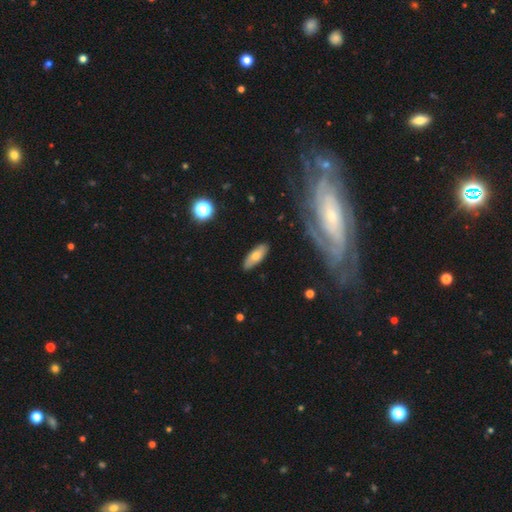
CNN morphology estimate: A smooth galaxy with no disk features (67%) that is in between round and cigar-shaped (71%). Merging: none (87%).